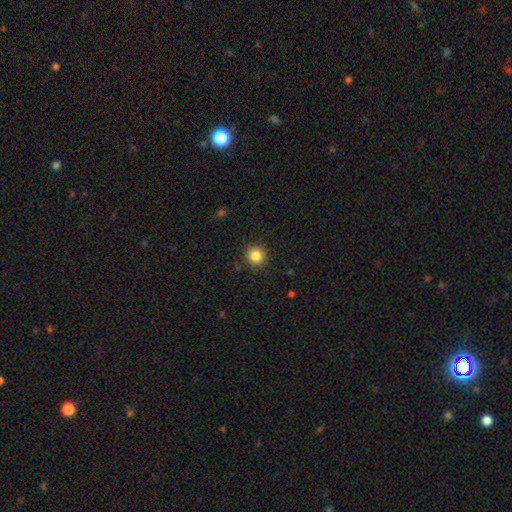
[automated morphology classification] This appears to be a smooth galaxy with no disk features (85%) that is round (95%). Merging: none (90%).